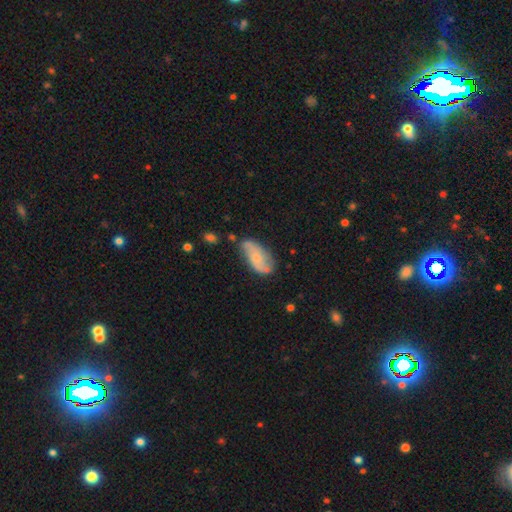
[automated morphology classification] Smooth or featured?
  - featured or disk: 50% *
  - smooth: 44%
  - star or artifact: 7%
Merging?
  - none: 60% *
  - minor disturbance: 27%
  - major disturbance: 8%
  - merger: 5%